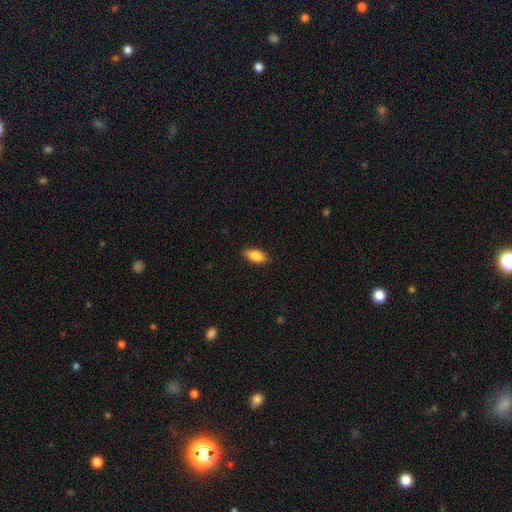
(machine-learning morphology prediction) Smooth or featured? Predicted: smooth (p=0.86). How rounded? Predicted: in between (p=0.89). Merging? Predicted: none (p=0.88).